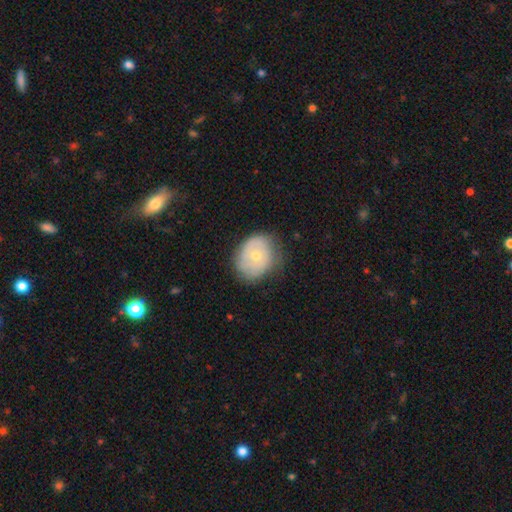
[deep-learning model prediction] Smooth or featured?
  - smooth: 51% *
  - featured or disk: 42%
  - star or artifact: 7%
How rounded?
  - round: 55% *
  - in between: 44%
  - cigar-shaped: 1%
Merging?
  - none: 63% *
  - minor disturbance: 27%
  - major disturbance: 8%
  - merger: 1%